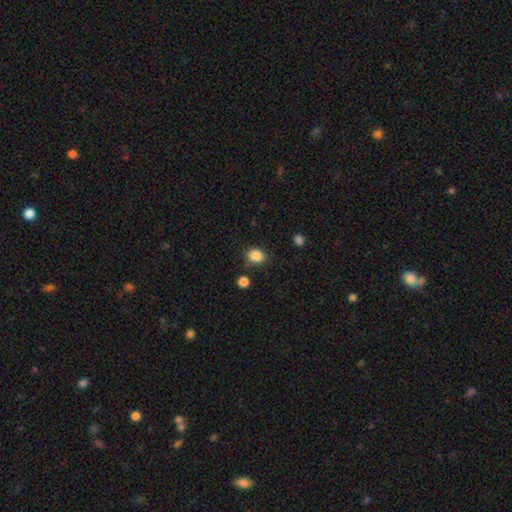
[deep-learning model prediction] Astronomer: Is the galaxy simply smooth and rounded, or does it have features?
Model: smooth — 86%.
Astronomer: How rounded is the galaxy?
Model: round — 55% (runner-up: in between, 44%).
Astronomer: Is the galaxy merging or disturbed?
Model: none — 75%.